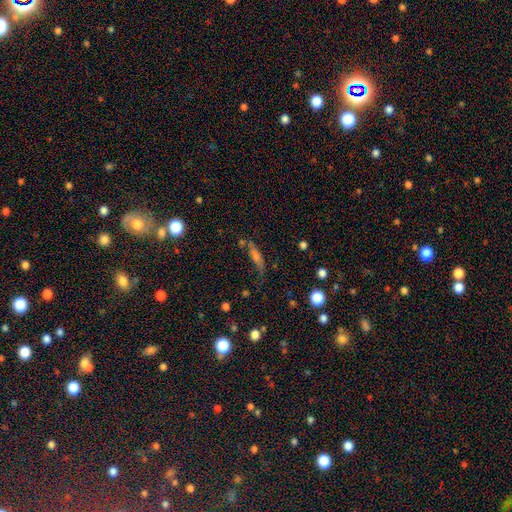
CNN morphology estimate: smooth-or-featured: smooth: 43% | featured or disk: 41% | star or artifact: 16%
  merging: none: 59% | minor disturbance: 23% | major disturbance: 12% | merger: 6%